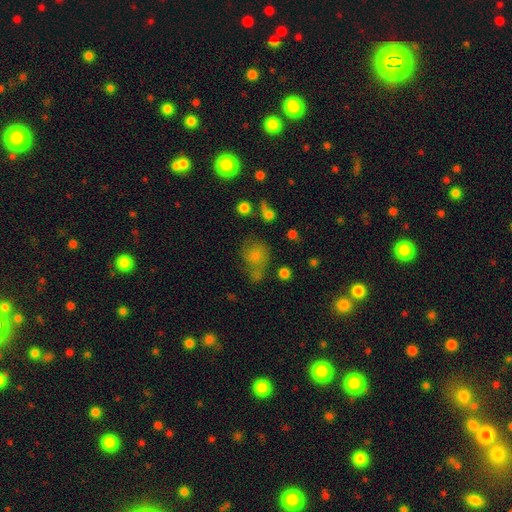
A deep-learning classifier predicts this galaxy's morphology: Smooth or featured? smooth (66%)
How rounded? round (61%)
Merging? none (37%)